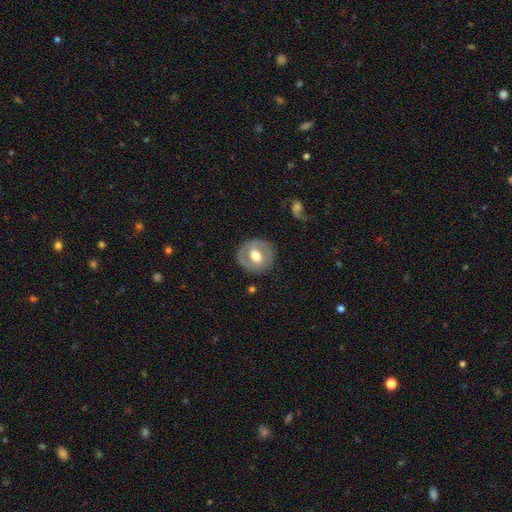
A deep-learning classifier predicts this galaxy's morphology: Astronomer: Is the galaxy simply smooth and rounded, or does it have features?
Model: featured or disk — 53% (runner-up: smooth, 41%).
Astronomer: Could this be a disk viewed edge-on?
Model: no — 95%.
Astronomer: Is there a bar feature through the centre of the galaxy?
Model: no — 43% (runner-up: weak, 39%).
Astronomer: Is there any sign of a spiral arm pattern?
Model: no — 68%.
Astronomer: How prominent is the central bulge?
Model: moderate — 61%.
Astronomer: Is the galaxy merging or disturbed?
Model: none — 81%.